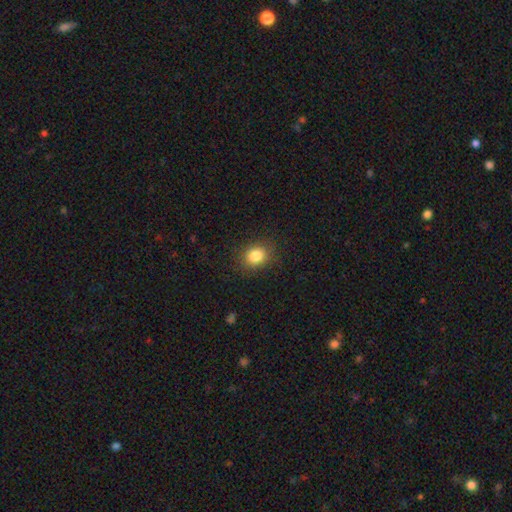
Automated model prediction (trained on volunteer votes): Smooth or featured? smooth (84%)
How rounded? round (63%)
Merging? none (85%)